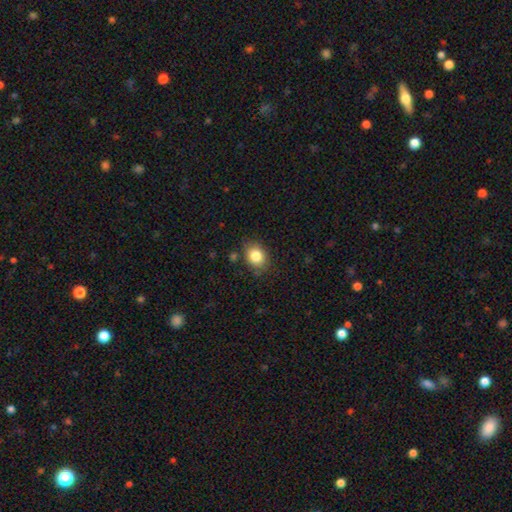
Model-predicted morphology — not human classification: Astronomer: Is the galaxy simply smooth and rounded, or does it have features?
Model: smooth — 84%.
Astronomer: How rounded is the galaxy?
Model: in between — 53% (runner-up: round, 46%).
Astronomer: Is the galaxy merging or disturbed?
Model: none — 80%.